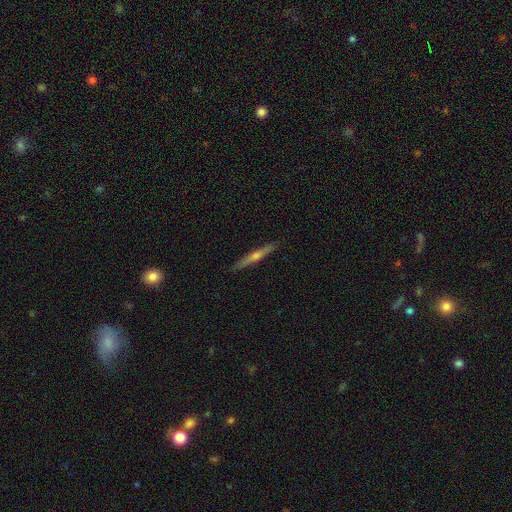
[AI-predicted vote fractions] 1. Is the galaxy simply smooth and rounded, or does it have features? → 67% featured or disk, 26% smooth, 6% star or artifact.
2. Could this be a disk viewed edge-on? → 97% yes, 3% no.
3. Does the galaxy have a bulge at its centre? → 80% rounded, 16% none, 4% boxy.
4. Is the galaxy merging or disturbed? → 91% none, 7% minor disturbance, 1% major disturbance, 1% merger.